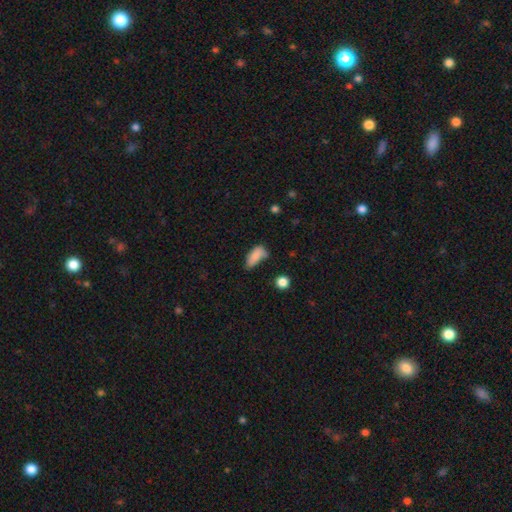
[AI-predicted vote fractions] A smooth galaxy with no disk features (82%) that is in between round and cigar-shaped (78%). Merging: none (39%).